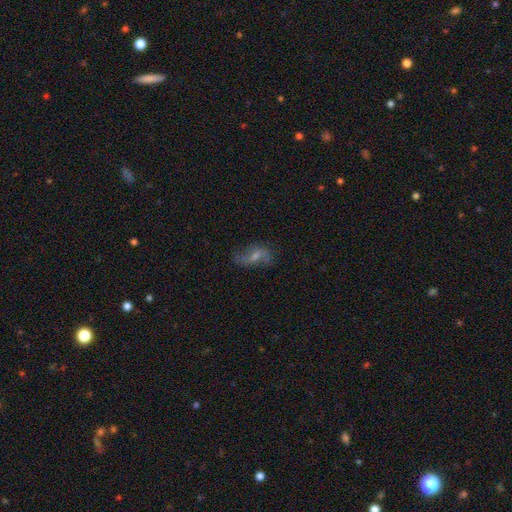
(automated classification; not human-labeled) smooth_or_featured: featured or disk (p=0.66) [alt: smooth p=0.22]
disk_edge_on: no (p=0.93) [alt: yes p=0.07]
bar: weak (p=0.44) [alt: no p=0.42]
has_spiral_arms: yes (p=0.88) [alt: no p=0.12]
spiral_winding: loose (p=0.71) [alt: medium p=0.22]
spiral_arm_count: 2 (p=0.86) [alt: can't tell p=0.06]
bulge_size: small (p=0.47) [alt: moderate p=0.39]
merging: none (p=0.70) [alt: minor disturbance p=0.19]